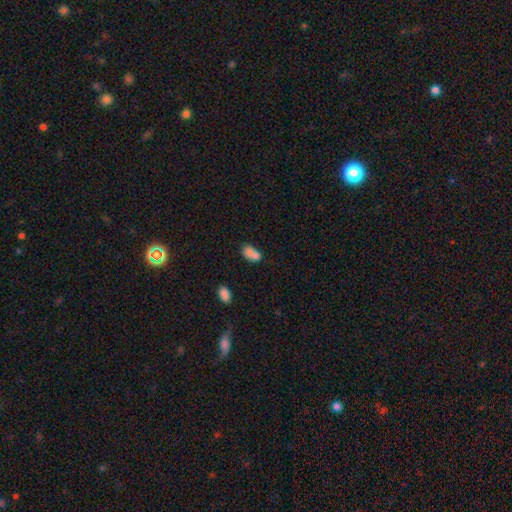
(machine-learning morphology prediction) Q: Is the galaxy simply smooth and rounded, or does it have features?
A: smooth — 72%.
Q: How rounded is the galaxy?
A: in between — 71%.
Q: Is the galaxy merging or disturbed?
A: merger — 61%.